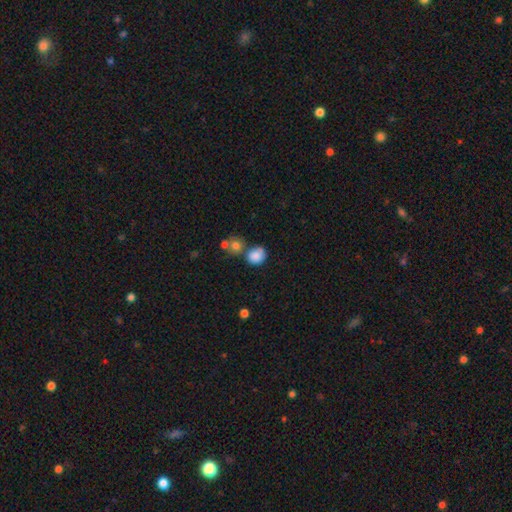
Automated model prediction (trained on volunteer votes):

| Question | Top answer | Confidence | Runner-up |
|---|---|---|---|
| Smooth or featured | smooth | 83% | star or artifact (10%) |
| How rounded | round | 71% | in between (28%) |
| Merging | none | 52% | merger (24%) |